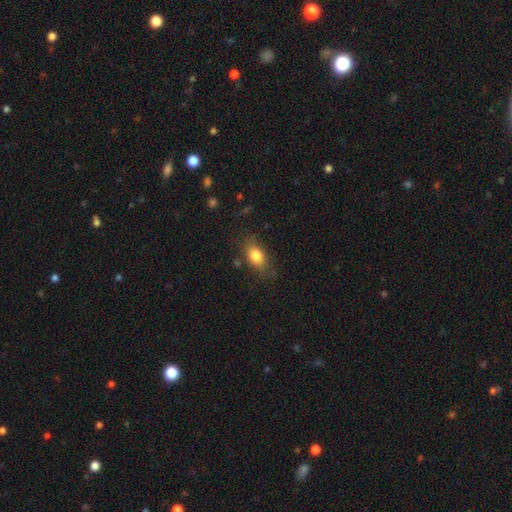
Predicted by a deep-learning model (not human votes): Q: Smooth or featured?
A: smooth (82%); runner-up: featured or disk (10%)
Q: How rounded?
A: in between (83%); runner-up: round (12%)
Q: Merging?
A: none (76%); runner-up: minor disturbance (17%)